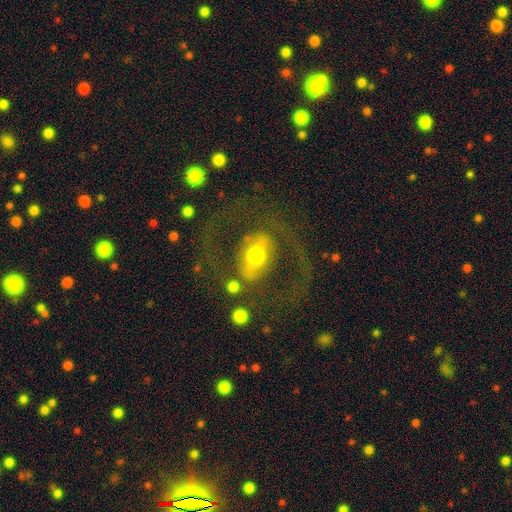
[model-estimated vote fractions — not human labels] The model was most divided on "spiral arms": yes: 54%, no: 46%. Remaining: edge-on disk — no (90%); bulge size — moderate (73%); smooth or featured — featured or disk (66%); merging — none (59%); bar — strong (45%).